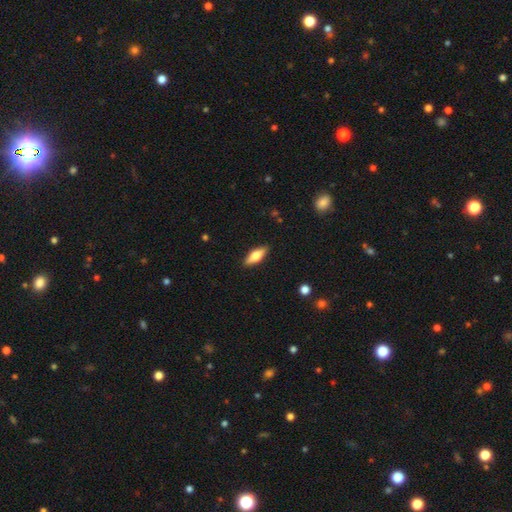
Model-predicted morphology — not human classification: This appears to be a smooth galaxy with no disk features (62%) that is in between round and cigar-shaped (63%). Merging: none (89%).